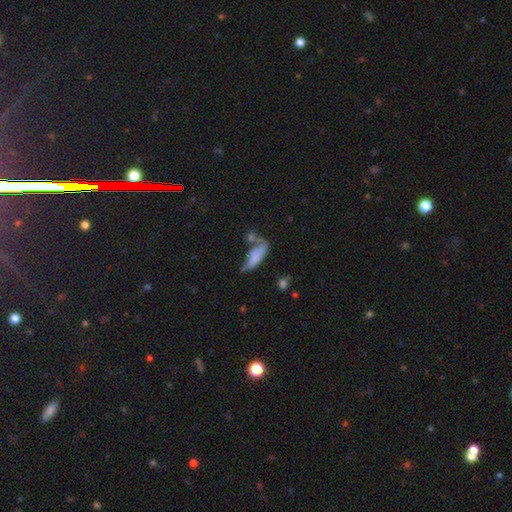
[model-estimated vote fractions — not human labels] A smooth galaxy with no disk features (69%) that is in between round and cigar-shaped (56%). Merging: none (34%).